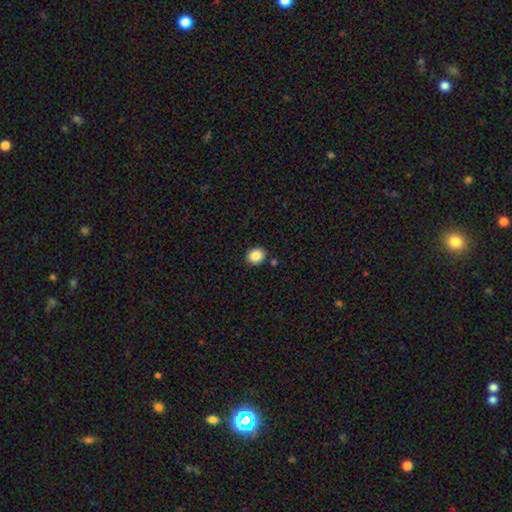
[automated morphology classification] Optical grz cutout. It shows a smooth galaxy with no disk features (86%) that is round (66%). Merging: none (87%).